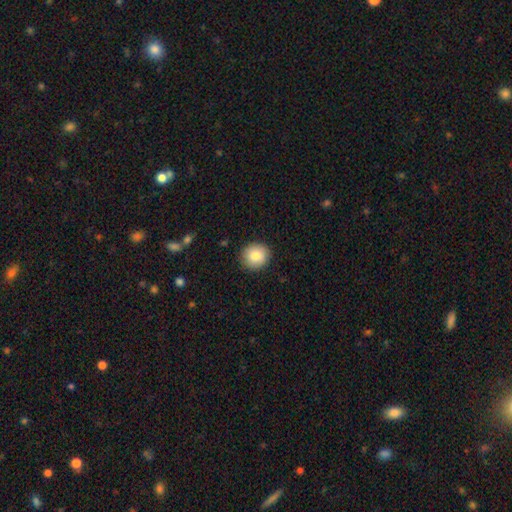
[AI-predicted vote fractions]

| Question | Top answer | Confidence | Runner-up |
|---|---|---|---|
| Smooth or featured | smooth | 86% | star or artifact (8%) |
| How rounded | round | 88% | in between (11%) |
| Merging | none | 90% | minor disturbance (7%) |